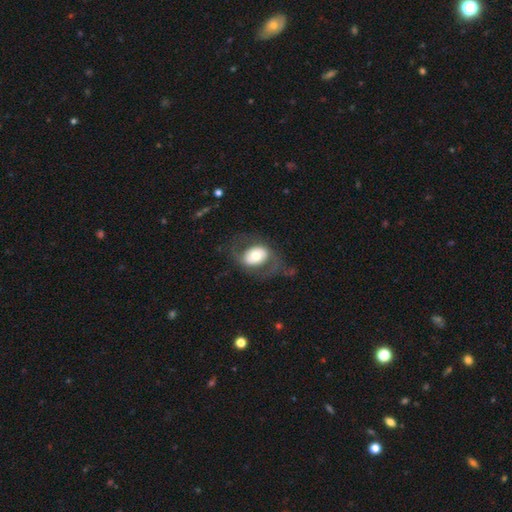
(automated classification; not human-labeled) Overall: featured or disk (54%; smooth 39%). Edge-on disk: no (94%). Bar: no (68%). Spiral arms: yes (53%; no 47%). Bulge size: moderate (60%; large 24%). Merging: none (61%).